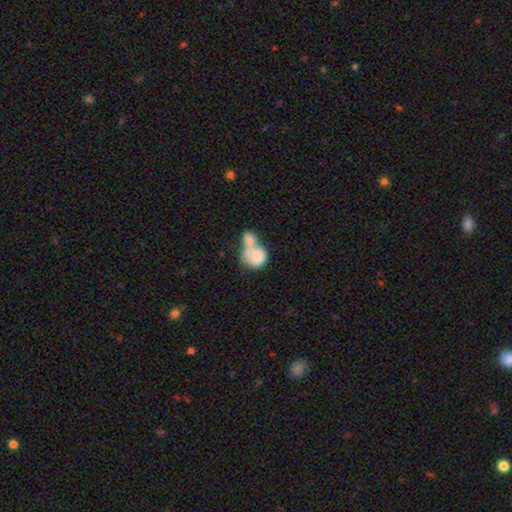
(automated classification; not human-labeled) Smooth or featured? Predicted: smooth (p=0.70). How rounded? Predicted: round (p=0.65). Merging? Predicted: merger (p=0.73).